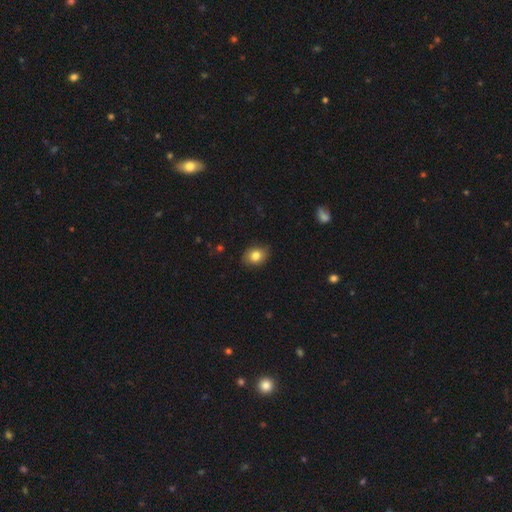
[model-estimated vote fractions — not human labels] smooth_or_featured: smooth (p=0.82) [alt: star or artifact p=0.09]
how_rounded: in between (p=0.61) [alt: round p=0.38]
merging: none (p=0.83) [alt: minor disturbance p=0.13]